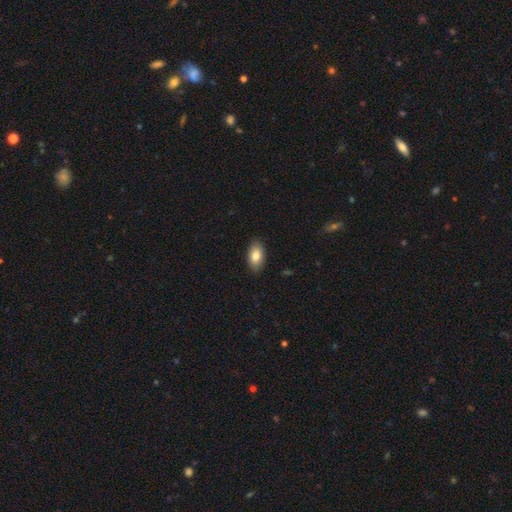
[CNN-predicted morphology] smooth_or_featured: smooth (p=0.81) [alt: featured or disk p=0.12]
how_rounded: in between (p=0.92) [alt: round p=0.06]
merging: none (p=0.88) [alt: minor disturbance p=0.09]